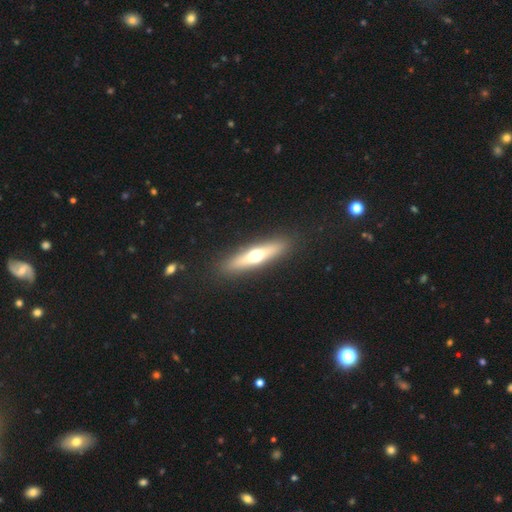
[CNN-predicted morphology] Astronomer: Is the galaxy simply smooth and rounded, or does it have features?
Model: featured or disk — 50% (runner-up: smooth, 43%).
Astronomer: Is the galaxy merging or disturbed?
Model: none — 90%.